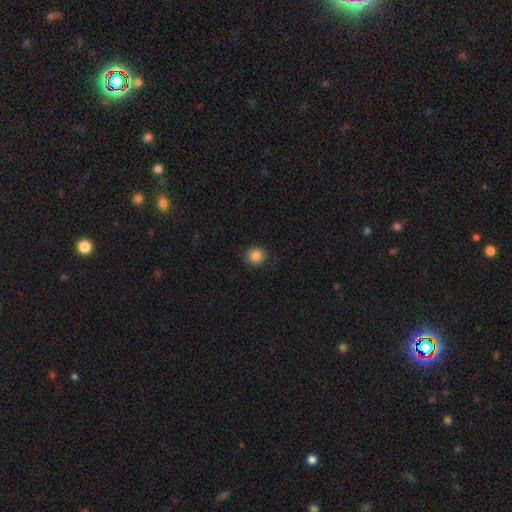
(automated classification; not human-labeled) Smooth or featured?
  - smooth: 86% *
  - star or artifact: 10%
  - featured or disk: 4%
How rounded?
  - round: 90% *
  - in between: 9%
  - cigar-shaped: 1%
Merging?
  - none: 88% *
  - minor disturbance: 9%
  - major disturbance: 2%
  - merger: 1%